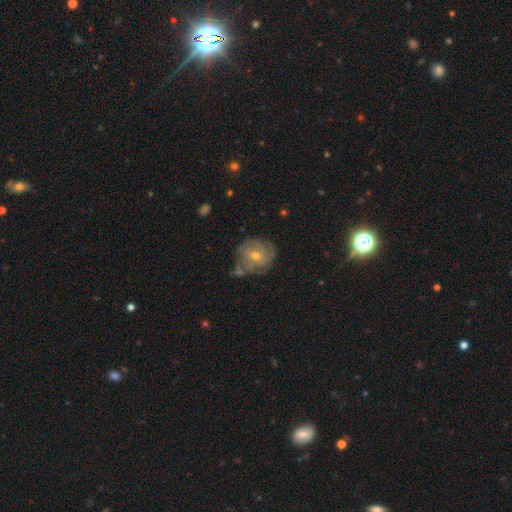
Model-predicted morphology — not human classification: Overall: featured or disk (70%). Edge-on disk: no (97%). Bar: no (63%; weak 30%). Spiral arms: yes (86%). Spiral arm count: can't tell (42%; 3 22%). Spiral winding: tight (62%; medium 29%). Bulge size: moderate (53%; small 44%). Merging: none (64%).